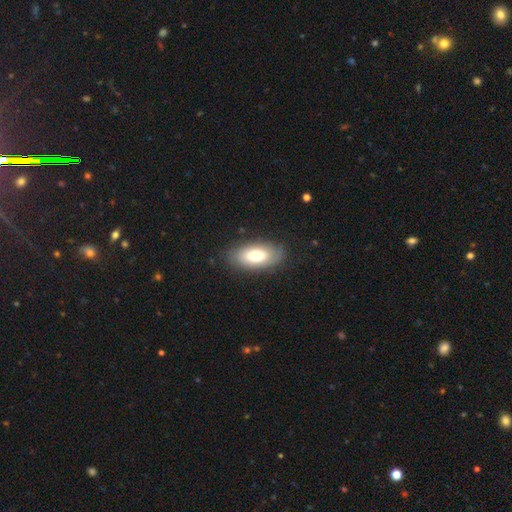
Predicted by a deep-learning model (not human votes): The model was most divided on "smooth or featured": smooth: 74%, featured or disk: 20%, star or artifact: 7%. More confident: how rounded — in between (91%); merging — none (83%).